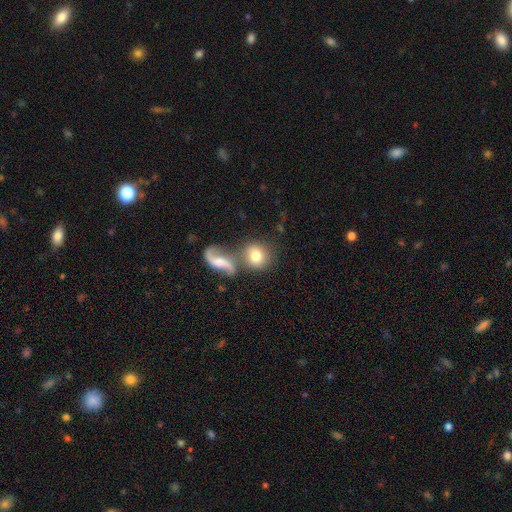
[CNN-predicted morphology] smooth-or-featured: smooth: 69% | featured or disk: 23% | star or artifact: 8%
  how-rounded: round: 81% | in between: 17% | cigar-shaped: 2%
  merging: none: 48% | merger: 37% | minor disturbance: 9% | major disturbance: 6%